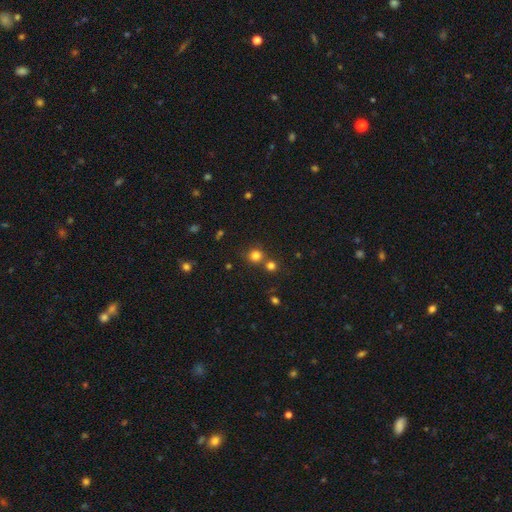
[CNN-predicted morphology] Smooth or featured?
  - smooth: 78% *
  - star or artifact: 16%
  - featured or disk: 6%
How rounded?
  - round: 91% *
  - in between: 8%
  - cigar-shaped: 1%
Merging?
  - none: 69% *
  - merger: 21%
  - minor disturbance: 7%
  - major disturbance: 3%